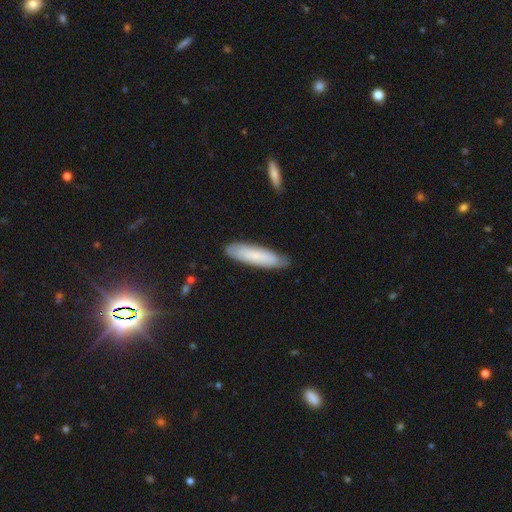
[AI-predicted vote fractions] Overall: smooth (72%). How rounded: cigar-shaped (73%). Merging: none (82%).